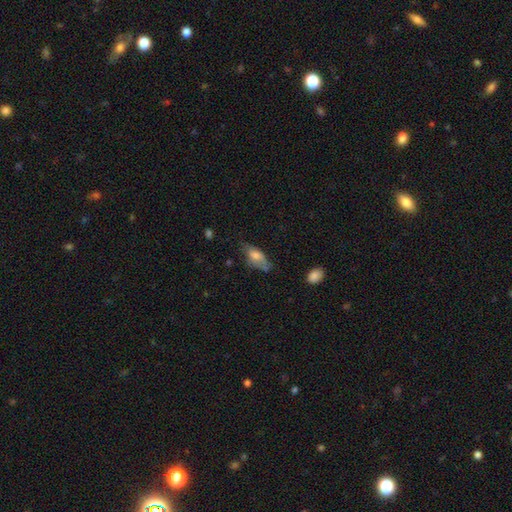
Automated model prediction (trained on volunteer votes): Overall: smooth (66%). How rounded: in between (83%). Merging: none (47%; minor disturbance 35%).